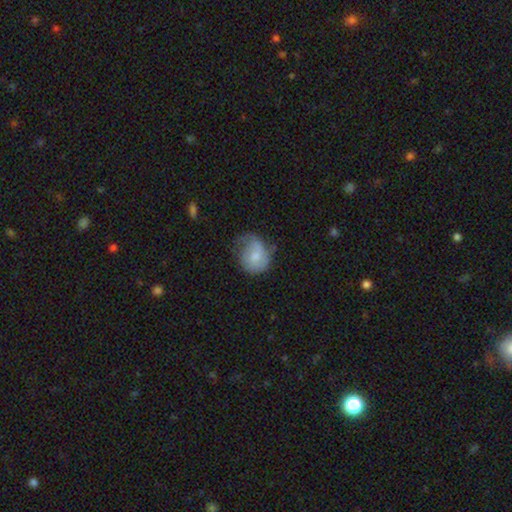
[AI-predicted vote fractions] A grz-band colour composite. It shows a smooth galaxy with no disk features (53%) that is round (62%). Merging: none (38%).